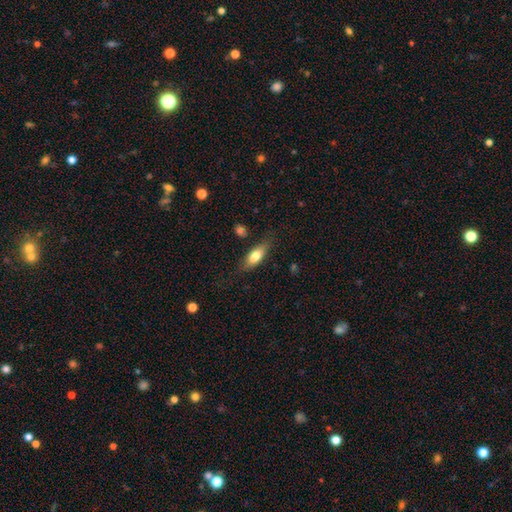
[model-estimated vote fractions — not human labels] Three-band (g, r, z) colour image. It shows a smooth galaxy with no disk features (72%) that is in between round and cigar-shaped (70%). Merging: none (72%).